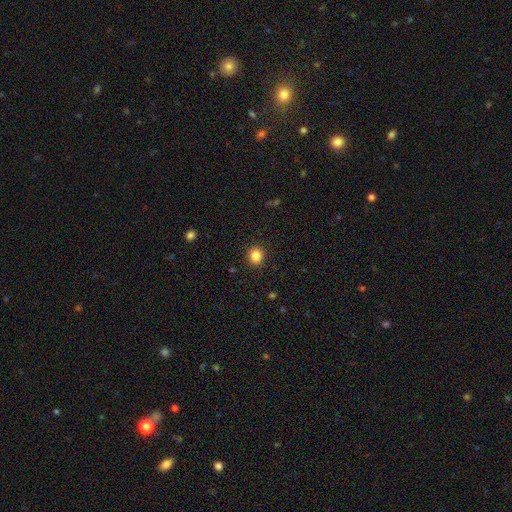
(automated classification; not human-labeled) smooth 85%, star or artifact 11%, featured or disk 4%. Down the decision tree: how rounded — round (84%); merging — none (91%).